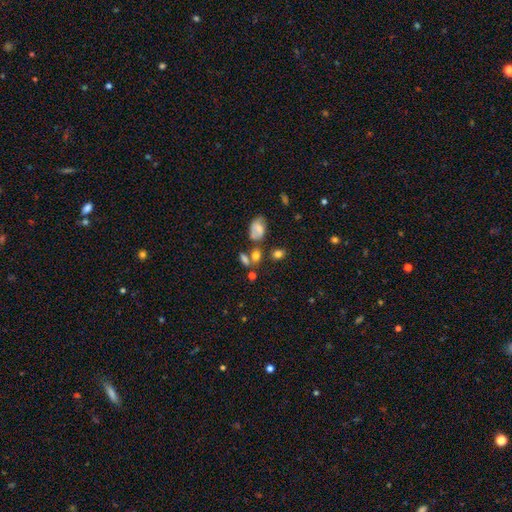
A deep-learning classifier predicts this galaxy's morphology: Smooth or featured?
  - smooth: 71% *
  - featured or disk: 15%
  - star or artifact: 14%
How rounded?
  - in between: 67% *
  - round: 27%
  - cigar-shaped: 6%
Merging?
  - none: 52% *
  - merger: 27%
  - minor disturbance: 15%
  - major disturbance: 7%